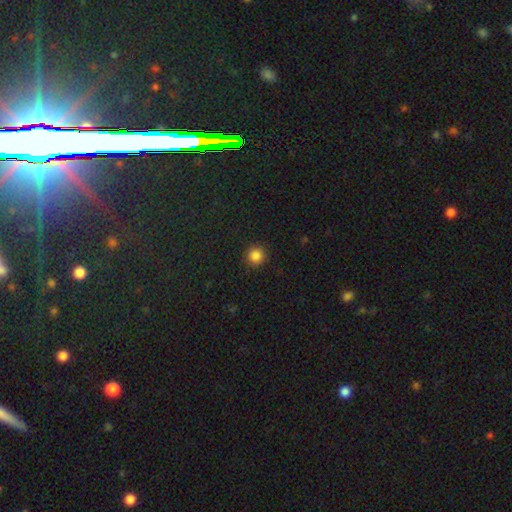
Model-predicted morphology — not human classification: The model was most divided on "smooth or featured": smooth: 85%, star or artifact: 11%, featured or disk: 4%. More confident: how rounded — round (95%); merging — none (92%).